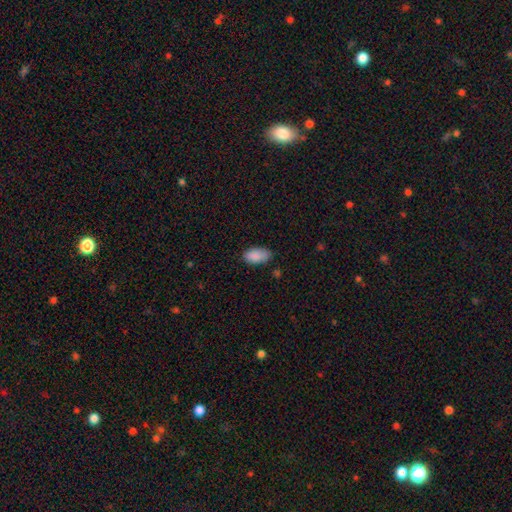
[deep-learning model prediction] The model was most divided on "merging": none: 75%, minor disturbance: 20%, major disturbance: 4%, merger: 2%. More confident: how rounded — in between (94%); smooth or featured — smooth (89%).